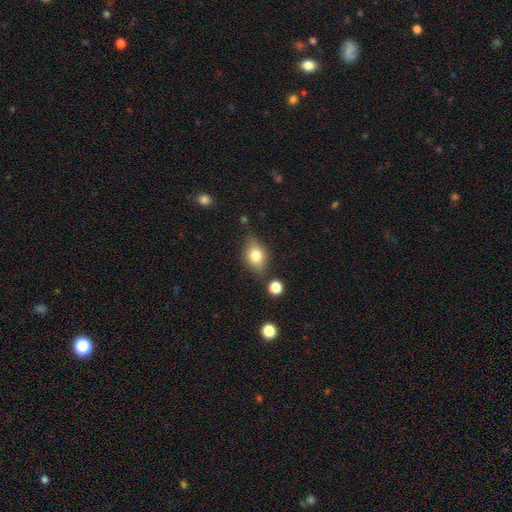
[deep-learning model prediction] A smooth galaxy with no disk features (72%) that is in between round and cigar-shaped (67%).

Vote fractions:
- Smooth or featured? smooth: 72% / featured or disk: 19% / star or artifact: 10%
- How rounded? in between: 67% / round: 30% / cigar-shaped: 3%
- Merging? none: 70% / minor disturbance: 20% / major disturbance: 5% / merger: 4%